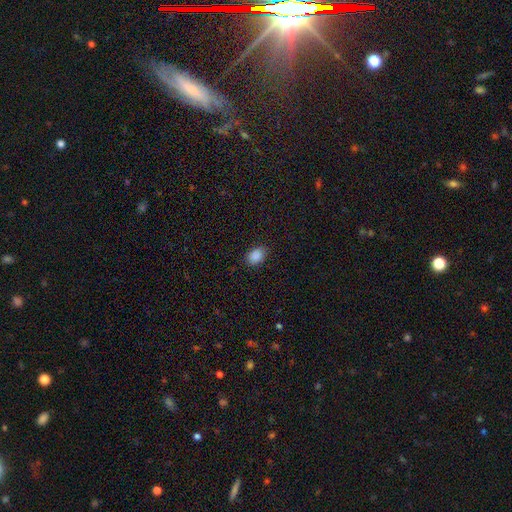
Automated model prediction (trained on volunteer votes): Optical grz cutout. It shows a smooth galaxy with no disk features (88%) that is in between round and cigar-shaped (77%). Merging: none (82%).